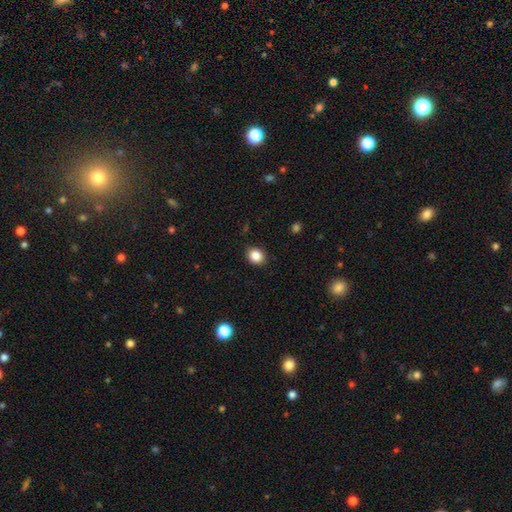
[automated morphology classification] A smooth galaxy with no disk features (86%) that is round (59%).

Vote fractions:
- Smooth or featured? smooth: 86% / star or artifact: 10% / featured or disk: 4%
- How rounded? round: 59% / in between: 40% / cigar-shaped: 1%
- Merging? none: 88% / minor disturbance: 9% / major disturbance: 2% / merger: 1%